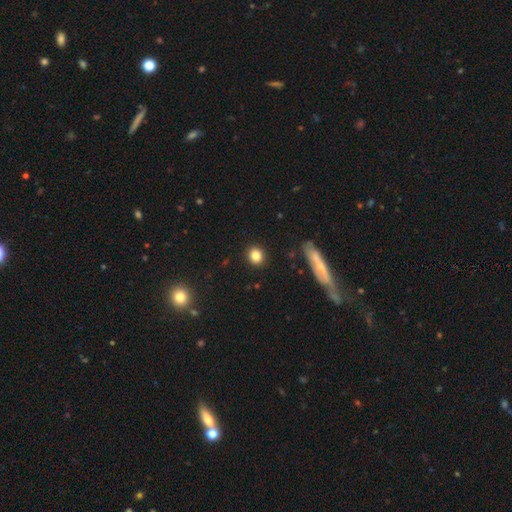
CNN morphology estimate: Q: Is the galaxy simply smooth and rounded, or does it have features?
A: smooth — 83%.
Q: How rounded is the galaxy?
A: round — 83%.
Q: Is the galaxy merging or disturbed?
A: none — 91%.